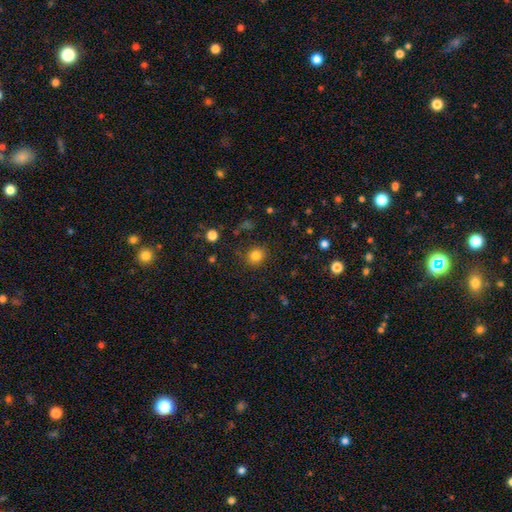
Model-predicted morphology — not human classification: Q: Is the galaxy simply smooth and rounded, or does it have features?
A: smooth — 80%.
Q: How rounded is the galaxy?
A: round — 82%.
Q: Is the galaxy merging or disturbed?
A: none — 80%.